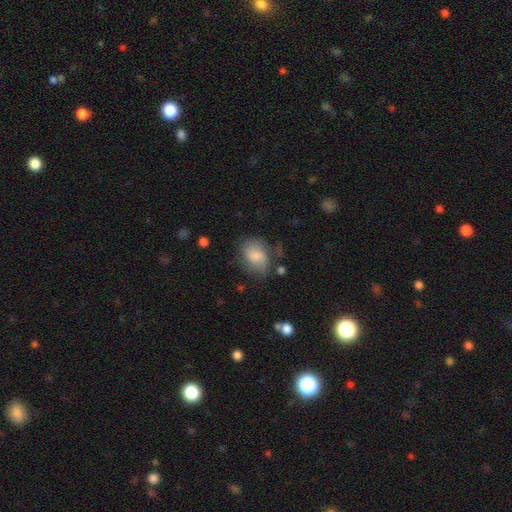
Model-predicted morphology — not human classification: Smooth or featured?
  - smooth: 72% *
  - featured or disk: 20%
  - star or artifact: 8%
How rounded?
  - in between: 63% *
  - round: 36%
  - cigar-shaped: 1%
Merging?
  - none: 54% *
  - minor disturbance: 27%
  - major disturbance: 15%
  - merger: 4%